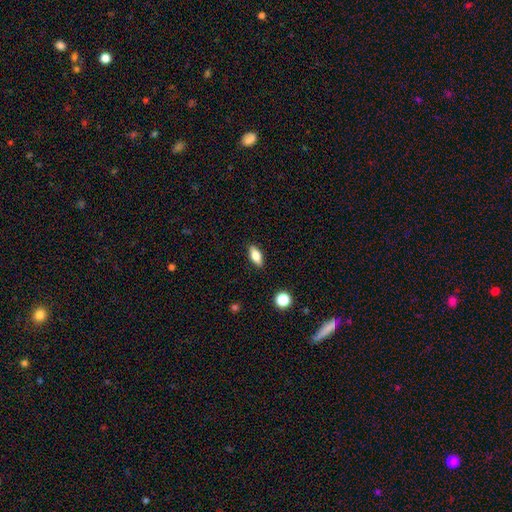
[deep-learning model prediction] Smooth or featured?
  - smooth: 76% *
  - featured or disk: 16%
  - star or artifact: 8%
How rounded?
  - in between: 83% *
  - cigar-shaped: 13%
  - round: 4%
Merging?
  - none: 89% *
  - minor disturbance: 8%
  - major disturbance: 2%
  - merger: 1%